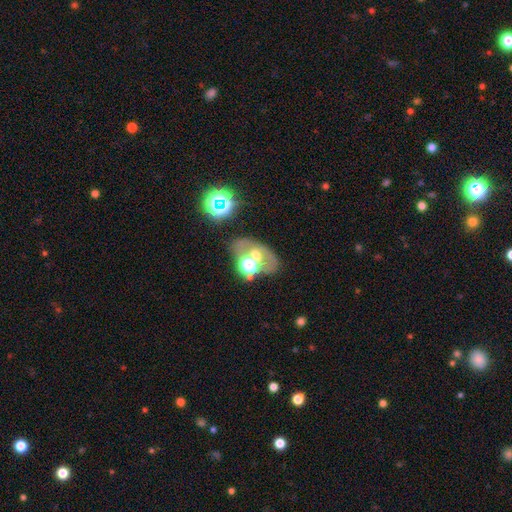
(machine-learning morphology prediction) A smooth galaxy with no disk features (39%). Merging: none (47%).